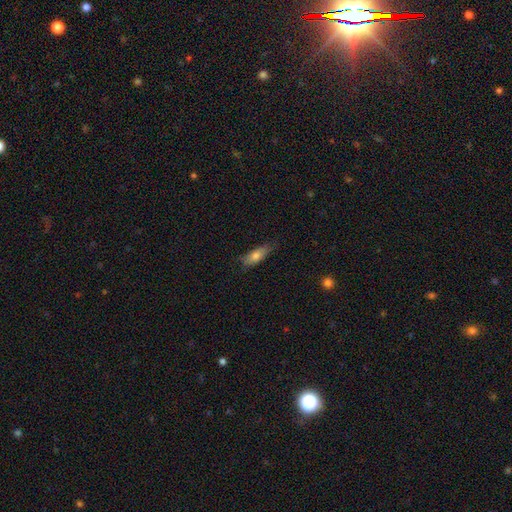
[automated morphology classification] smooth 70%, featured or disk 23%, star or artifact 7%. Down the decision tree: how rounded — in between (61%); merging — none (73%).